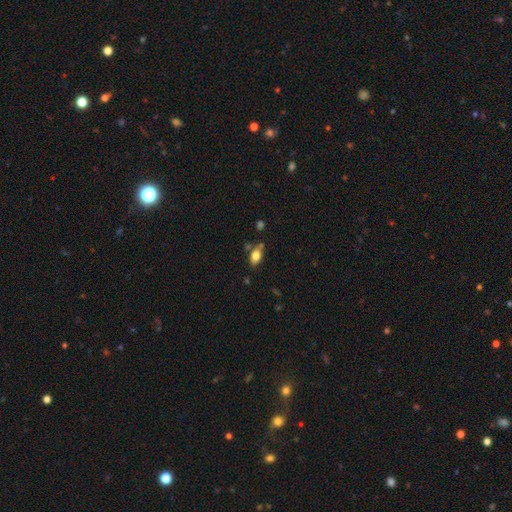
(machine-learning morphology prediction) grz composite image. It shows a smooth galaxy with no disk features (77%) that is in between round and cigar-shaped (89%). Merging: none (69%).